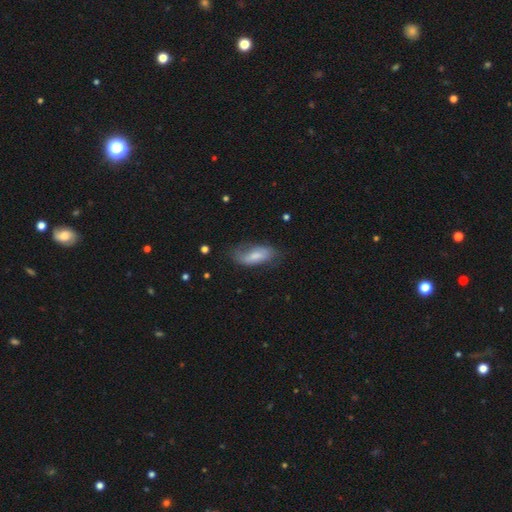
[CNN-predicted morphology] Smooth or featured? smooth (65%)
How rounded? in between (81%)
Merging? none (53%)